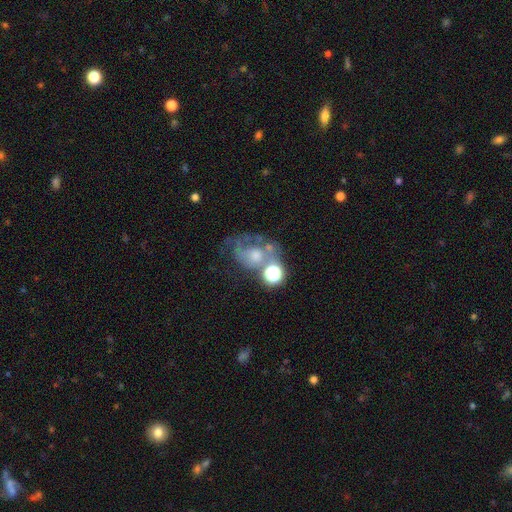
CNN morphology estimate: featured or disk 50%, smooth 30%, star or artifact 19%. Down the decision tree: edge-on disk — no (97%); merging — none (32%).